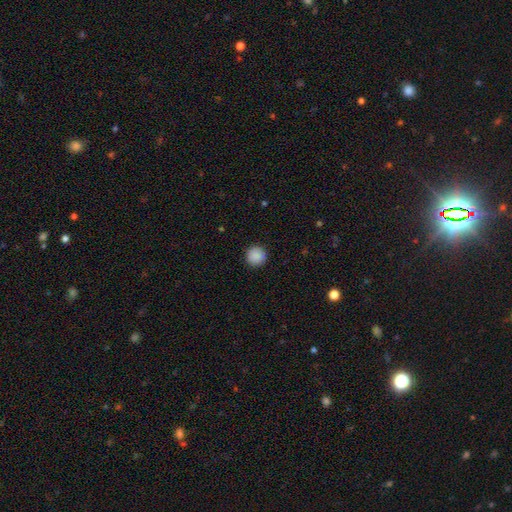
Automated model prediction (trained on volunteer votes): Smooth or featured? Predicted: smooth (p=0.90). How rounded? Predicted: round (p=0.96). Merging? Predicted: none (p=0.92).